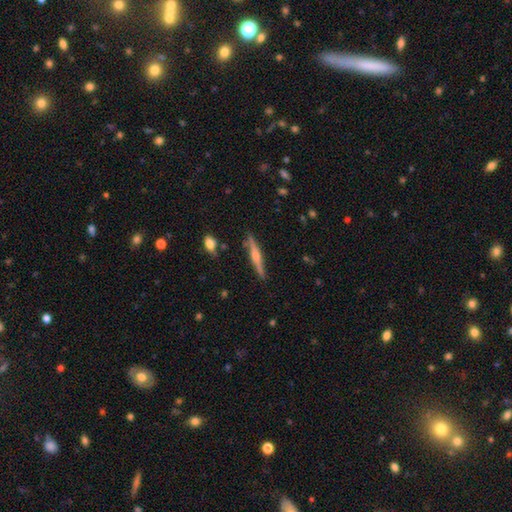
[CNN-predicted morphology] Smooth or featured: featured or disk — 62% (smooth — 32%)
Edge-on disk: yes — 97% (no — 3%)
Edge-on bulge: rounded — 75% (boxy — 14%)
Merging: none — 86% (minor disturbance — 10%)